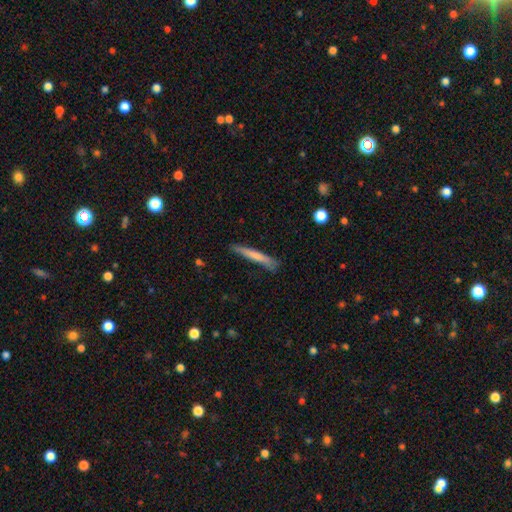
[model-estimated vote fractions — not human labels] Q: Smooth or featured?
A: smooth (68%); runner-up: featured or disk (26%)
Q: How rounded?
A: cigar-shaped (95%); runner-up: in between (4%)
Q: Merging?
A: none (77%); runner-up: minor disturbance (17%)